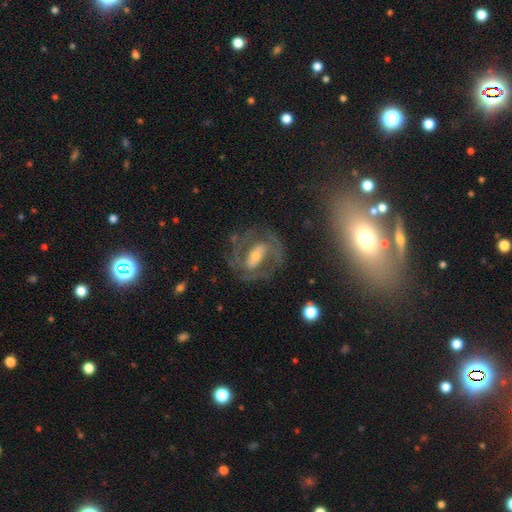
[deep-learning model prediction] The model was most divided on "bulge size": small: 44%, moderate: 42%, large: 9%, none: 3%, dominant: 2%. Remaining: edge-on disk — no (94%); spiral arms — yes (80%); smooth or featured — featured or disk (79%); spiral arm count — 2 (74%); merging — none (69%); spiral winding — medium (47%); bar — strong (45%).